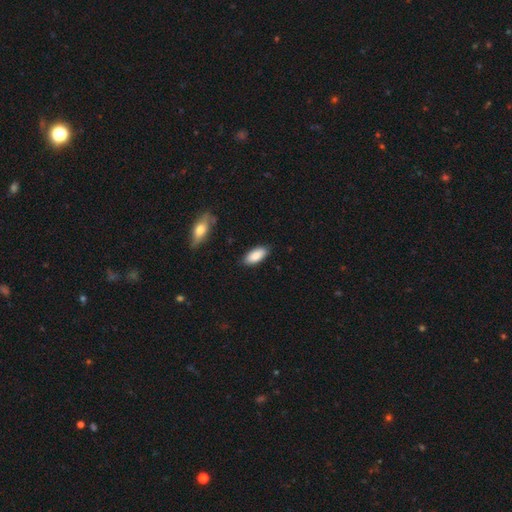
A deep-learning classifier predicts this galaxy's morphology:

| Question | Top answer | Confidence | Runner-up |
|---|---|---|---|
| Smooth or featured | smooth | 88% | star or artifact (6%) |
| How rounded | in between | 88% | cigar-shaped (10%) |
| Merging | none | 86% | minor disturbance (10%) |